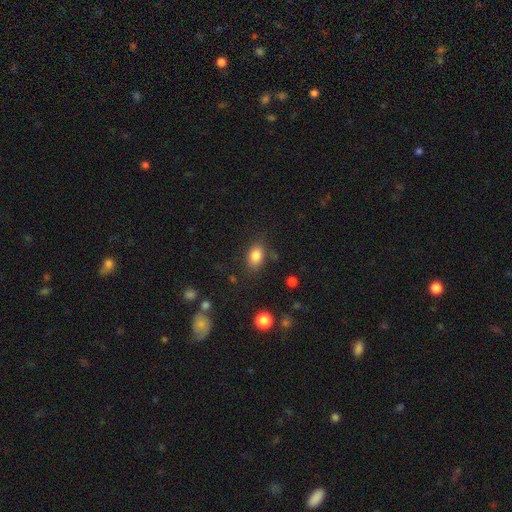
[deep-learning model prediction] smooth-or-featured: smooth: 83% | star or artifact: 9% | featured or disk: 7%
  how-rounded: in between: 83% | round: 16% | cigar-shaped: 2%
  merging: none: 79% | minor disturbance: 14% | major disturbance: 4% | merger: 3%